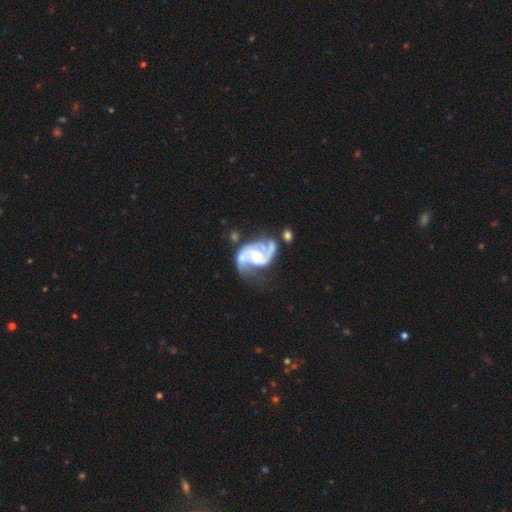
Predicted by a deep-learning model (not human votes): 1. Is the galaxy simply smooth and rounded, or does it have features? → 90% featured or disk, 5% smooth, 5% star or artifact.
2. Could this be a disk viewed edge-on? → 98% no, 2% yes.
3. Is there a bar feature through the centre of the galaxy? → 51% no, 37% weak, 12% strong.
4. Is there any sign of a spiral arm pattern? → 97% yes, 3% no.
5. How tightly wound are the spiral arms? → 53% medium, 28% tight, 20% loose.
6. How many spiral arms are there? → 82% 2, 8% 3, 5% can't tell, 2% 1, 2% 4, 2% more than 4.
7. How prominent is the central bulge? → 42% moderate, 35% small, 13% none, 8% large, 1% dominant.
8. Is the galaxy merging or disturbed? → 42% none, 23% minor disturbance, 19% major disturbance, 16% merger.